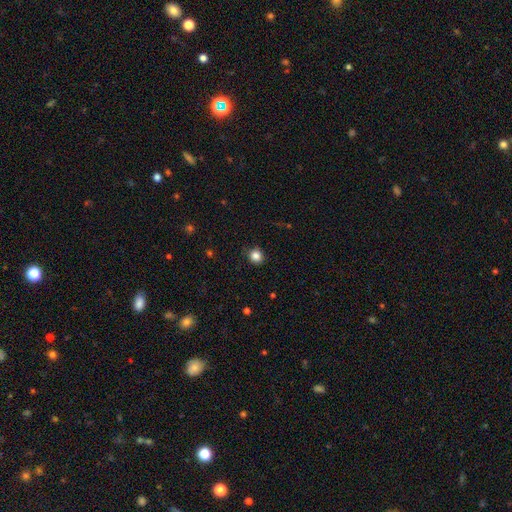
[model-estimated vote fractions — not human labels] The model was most divided on "smooth or featured": smooth: 85%, star or artifact: 11%, featured or disk: 4%. More confident: merging — none (89%); how rounded — round (87%).